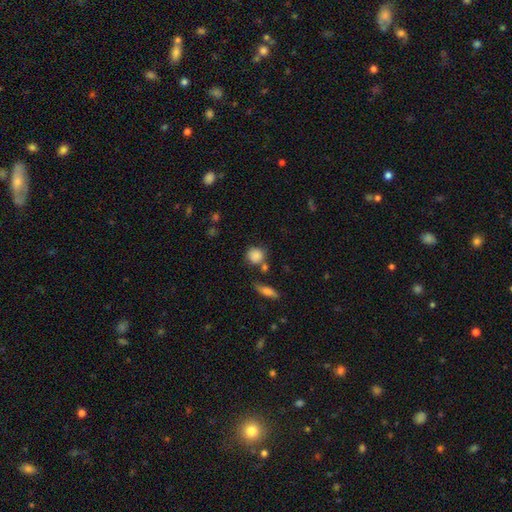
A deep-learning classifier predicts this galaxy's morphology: smooth_or_featured: smooth (p=0.85) [alt: star or artifact p=0.09]
how_rounded: round (p=0.84) [alt: in between p=0.14]
merging: none (p=0.67) [alt: minor disturbance p=0.15]